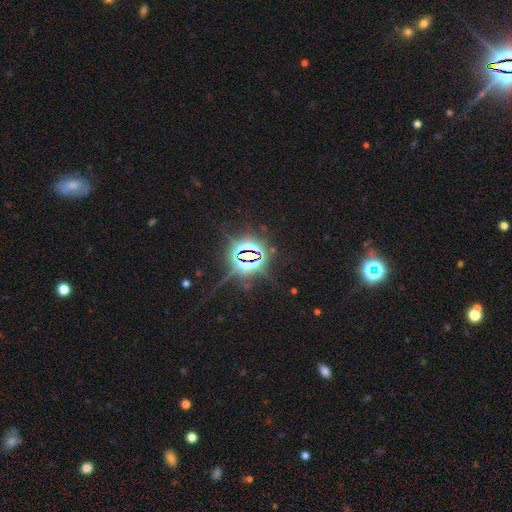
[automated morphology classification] A star or artifact, not a galaxy (86%).

Vote fractions:
- Smooth or featured? star or artifact: 86% / featured or disk: 7% / smooth: 7%